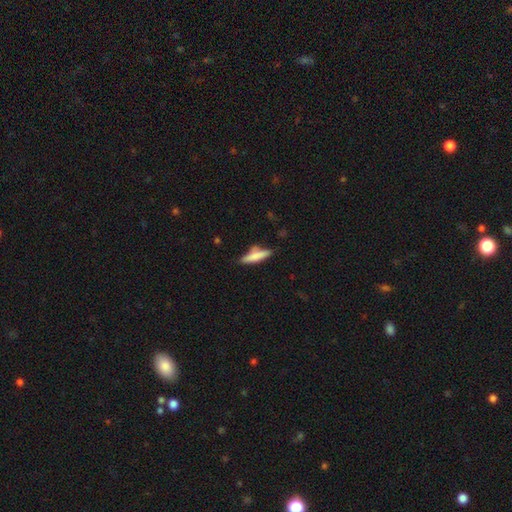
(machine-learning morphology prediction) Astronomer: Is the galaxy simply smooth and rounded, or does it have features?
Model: smooth — 71%.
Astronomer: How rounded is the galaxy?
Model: cigar-shaped — 77%.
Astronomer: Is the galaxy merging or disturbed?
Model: none — 70%.